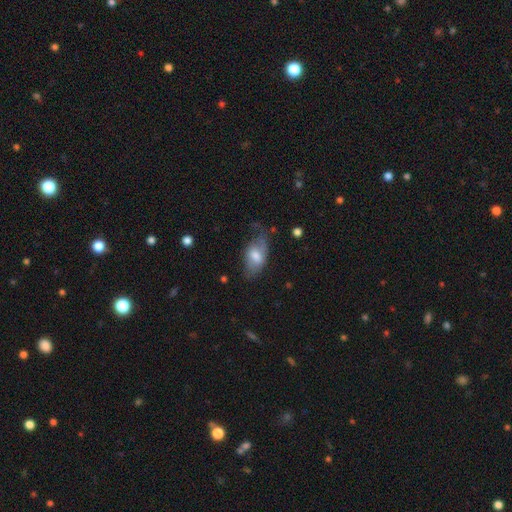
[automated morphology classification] Smooth or featured? smooth (61%)
How rounded? in between (91%)
Merging? none (51%)